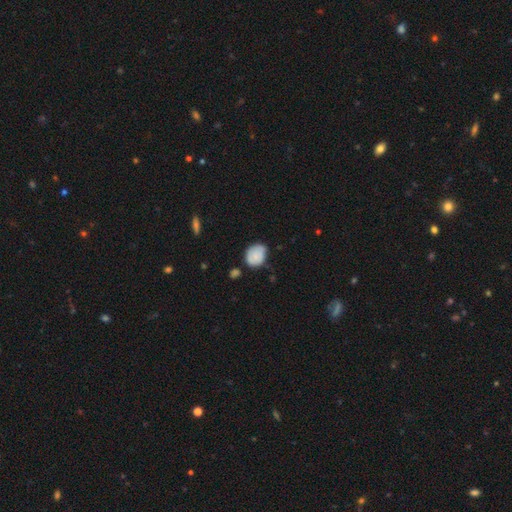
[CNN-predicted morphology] Smooth or featured? Predicted: smooth (p=0.79). How rounded? Predicted: in between (p=0.58). Merging? Predicted: none (p=0.53).